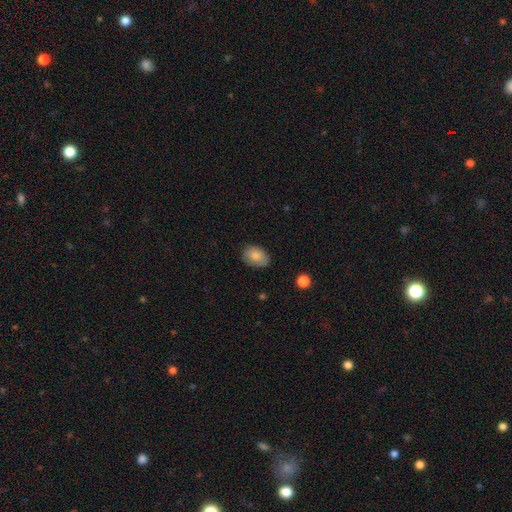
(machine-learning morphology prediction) This appears to be a smooth galaxy with no disk features (85%) that is in between round and cigar-shaped (84%). Merging: none (80%).